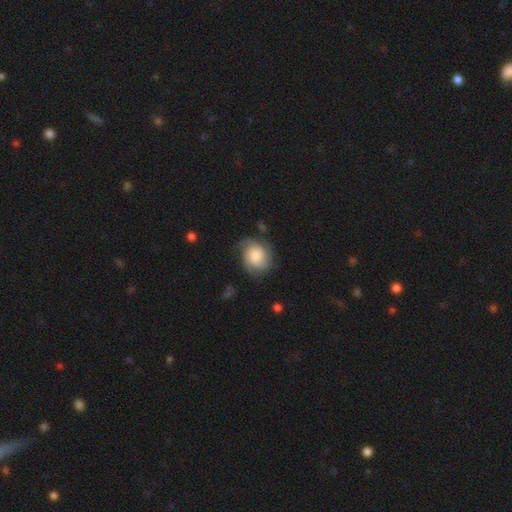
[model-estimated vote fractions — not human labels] Overall: featured or disk (64%; smooth 29%). Edge-on disk: no (98%). Bar: no (75%). Spiral arms: yes (94%). Spiral arm count: 3 (35%; 2 30%). Spiral winding: tight (48%; medium 38%). Bulge size: moderate (35%; large 32%). Merging: none (67%).